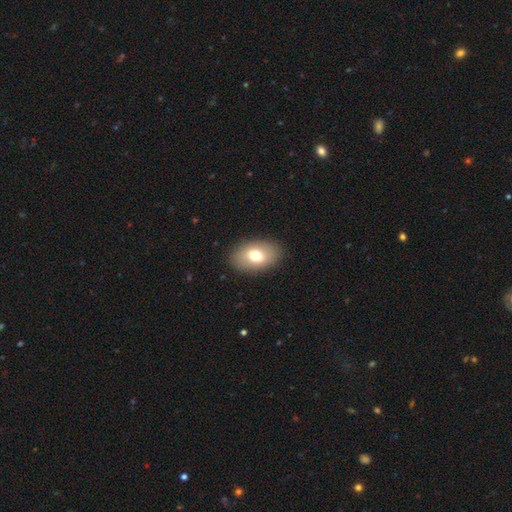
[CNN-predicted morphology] Smooth or featured? Predicted: smooth (p=0.71). How rounded? Predicted: in between (p=0.87). Merging? Predicted: none (p=0.88).